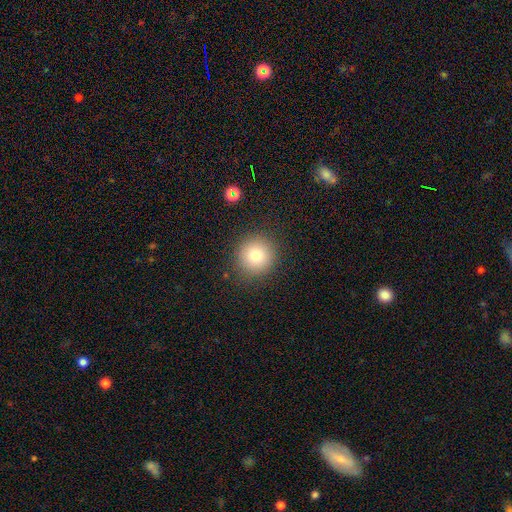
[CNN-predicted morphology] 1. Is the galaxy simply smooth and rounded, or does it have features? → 78% smooth, 12% star or artifact, 9% featured or disk.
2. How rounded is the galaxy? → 94% round, 5% in between, 1% cigar-shaped.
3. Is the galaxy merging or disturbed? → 88% none, 7% minor disturbance, 3% major disturbance, 1% merger.